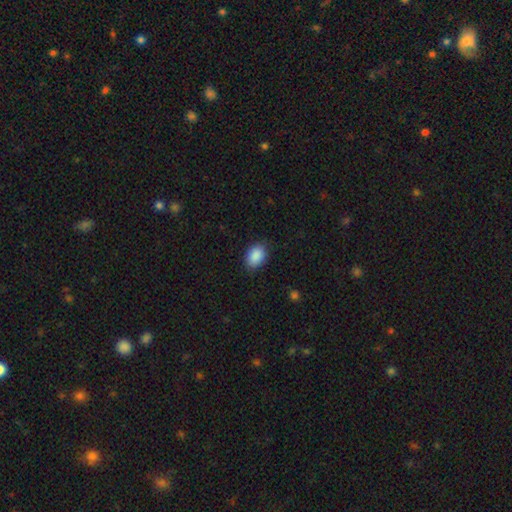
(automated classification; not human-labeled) A smooth galaxy with no disk features (89%) that is in between round and cigar-shaped (79%). Merging: none (84%).